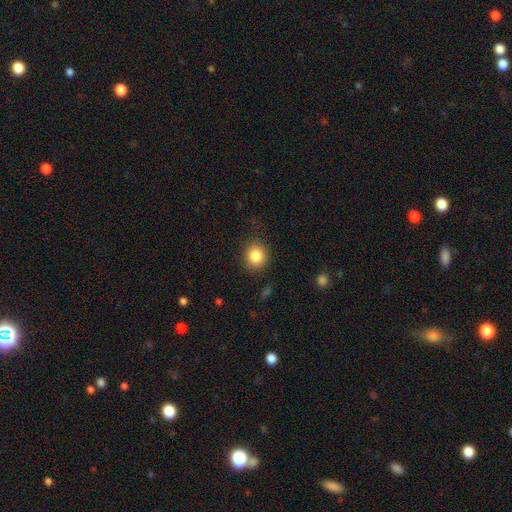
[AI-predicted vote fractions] Smooth or featured?
  - smooth: 84% *
  - star or artifact: 10%
  - featured or disk: 6%
How rounded?
  - round: 82% *
  - in between: 17%
  - cigar-shaped: 1%
Merging?
  - none: 86% *
  - minor disturbance: 10%
  - major disturbance: 3%
  - merger: 1%